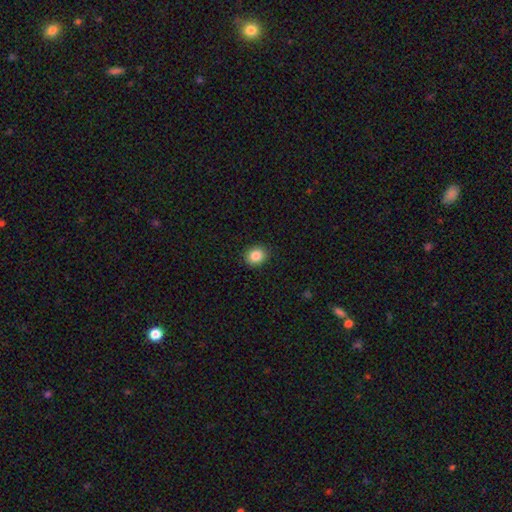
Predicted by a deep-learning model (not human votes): A smooth galaxy with no disk features (86%) that is round (70%).

Vote fractions:
- Smooth or featured? smooth: 86% / star or artifact: 9% / featured or disk: 5%
- How rounded? round: 70% / in between: 29% / cigar-shaped: 1%
- Merging? none: 91% / minor disturbance: 7% / major disturbance: 2% / merger: 1%